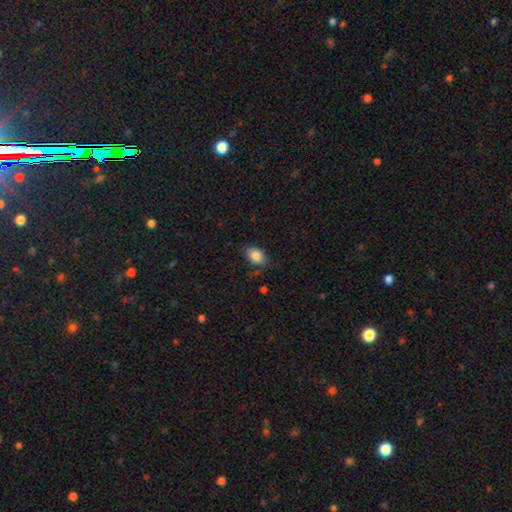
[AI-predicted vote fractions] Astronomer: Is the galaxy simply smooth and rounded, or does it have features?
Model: smooth — 86%.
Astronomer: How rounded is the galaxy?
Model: in between — 84%.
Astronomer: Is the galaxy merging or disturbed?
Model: none — 77%.